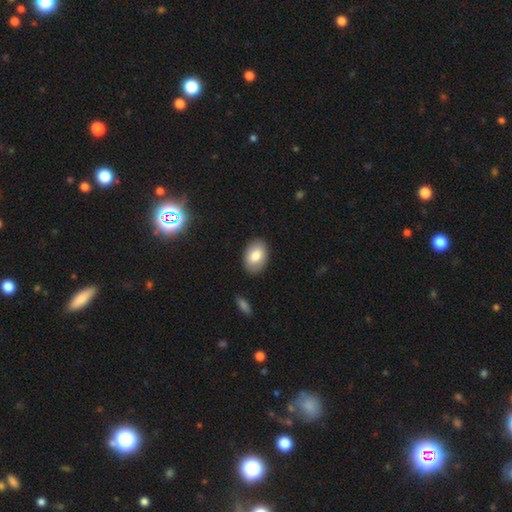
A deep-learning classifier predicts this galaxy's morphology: Overall: smooth (80%). How rounded: in between (86%). Merging: none (87%).